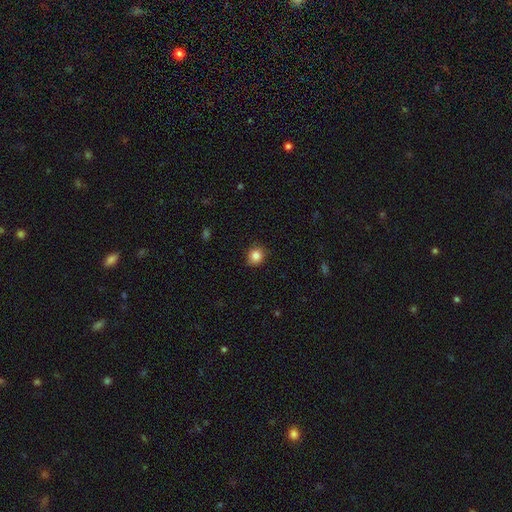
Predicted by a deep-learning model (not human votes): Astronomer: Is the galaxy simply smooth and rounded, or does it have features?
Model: smooth — 85%.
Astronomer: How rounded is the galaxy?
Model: round — 83%.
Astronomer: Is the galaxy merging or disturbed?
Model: none — 88%.